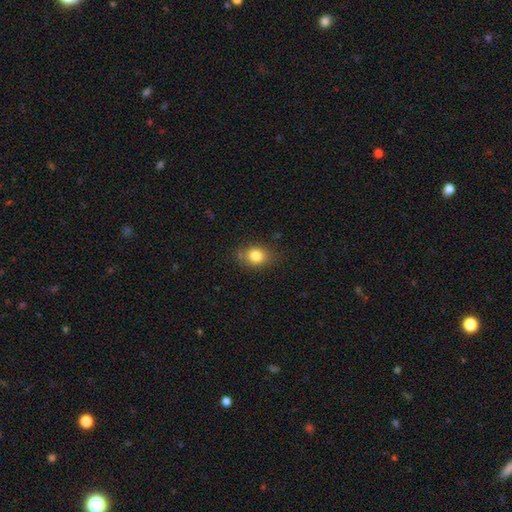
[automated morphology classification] A smooth galaxy with no disk features (81%) that is round (50%). Merging: none (74%).